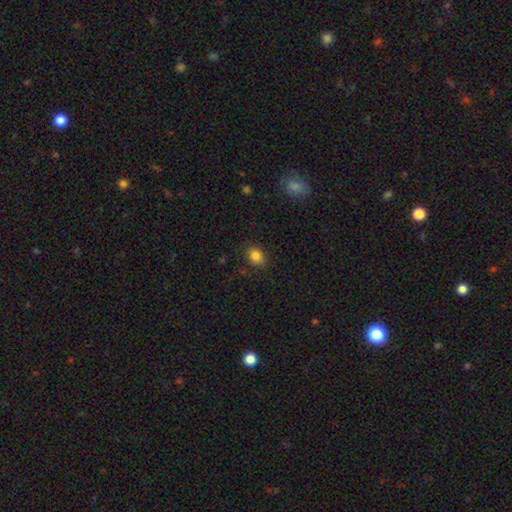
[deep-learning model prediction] Overall: smooth (84%). How rounded: in between (54%; round 45%). Merging: none (85%).